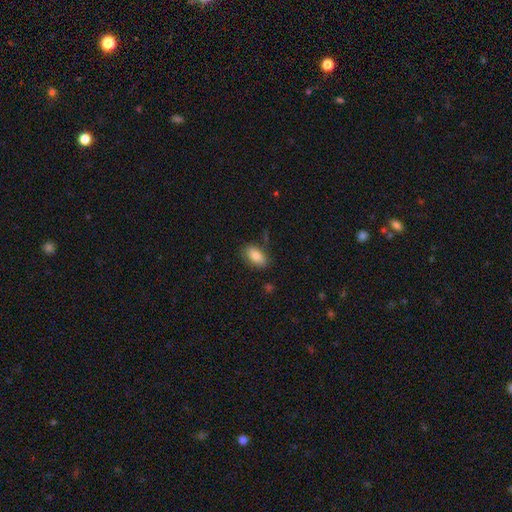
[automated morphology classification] Q: Smooth or featured?
A: smooth (84%); runner-up: featured or disk (9%)
Q: How rounded?
A: in between (92%); runner-up: round (5%)
Q: Merging?
A: none (79%); runner-up: minor disturbance (14%)